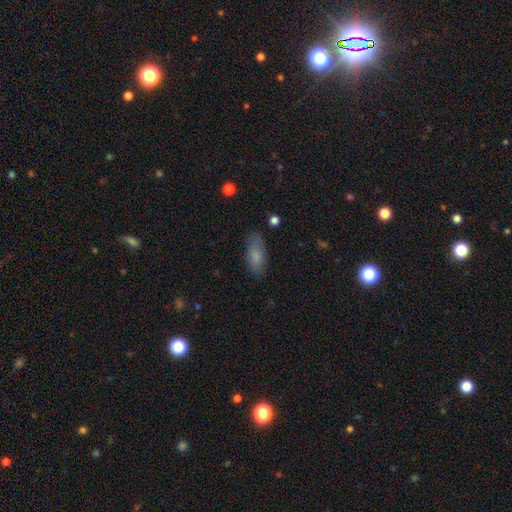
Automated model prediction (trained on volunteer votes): Morphology: type=smooth (81%); roundness=in between (78%); merging=none (80%).